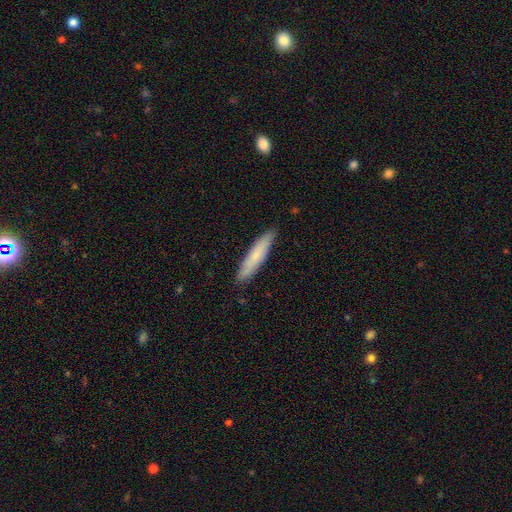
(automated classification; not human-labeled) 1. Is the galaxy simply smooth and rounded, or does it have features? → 71% smooth, 23% featured or disk, 6% star or artifact.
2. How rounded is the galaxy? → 87% cigar-shaped, 11% in between, 1% round.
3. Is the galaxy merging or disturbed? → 88% none, 9% minor disturbance, 2% major disturbance, 1% merger.